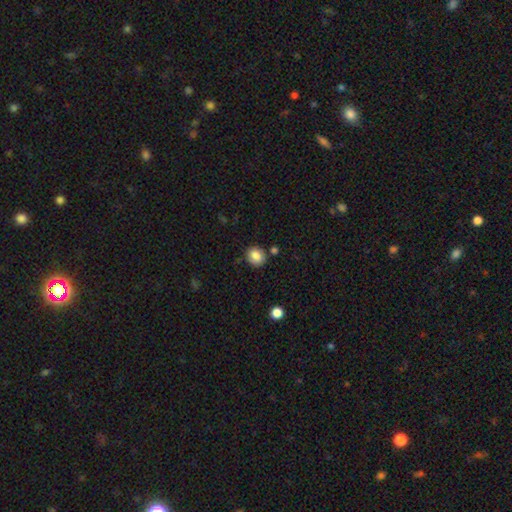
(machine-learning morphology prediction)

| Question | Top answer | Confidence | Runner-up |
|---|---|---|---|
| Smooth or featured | smooth | 85% | star or artifact (9%) |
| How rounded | round | 75% | in between (24%) |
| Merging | none | 80% | minor disturbance (11%) |